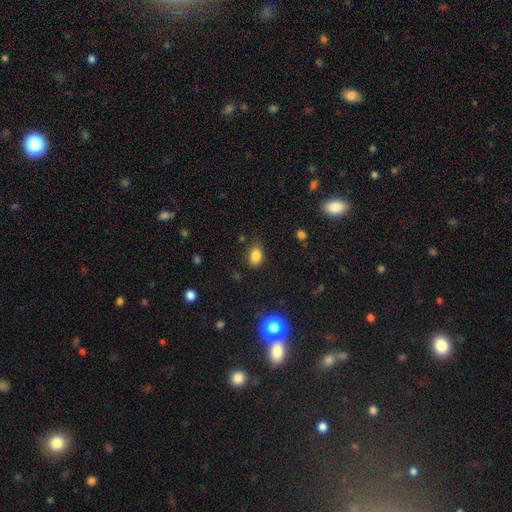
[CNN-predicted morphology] smooth_or_featured: smooth (p=0.84) [alt: star or artifact p=0.11]
how_rounded: in between (p=0.82) [alt: round p=0.16]
merging: none (p=0.81) [alt: minor disturbance p=0.14]